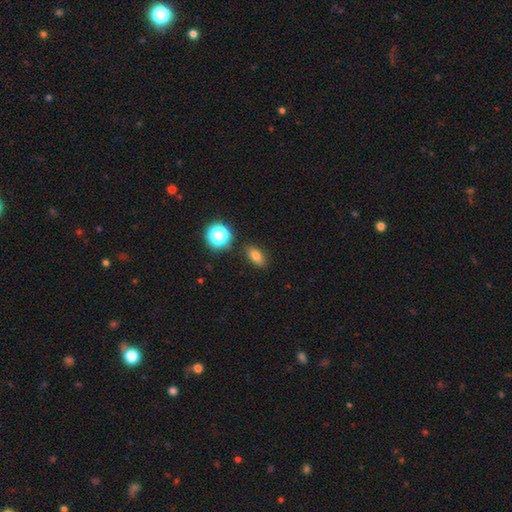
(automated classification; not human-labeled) Q: Smooth or featured?
A: smooth (73%); runner-up: star or artifact (15%)
Q: How rounded?
A: in between (77%); runner-up: round (14%)
Q: Merging?
A: none (86%); runner-up: minor disturbance (9%)